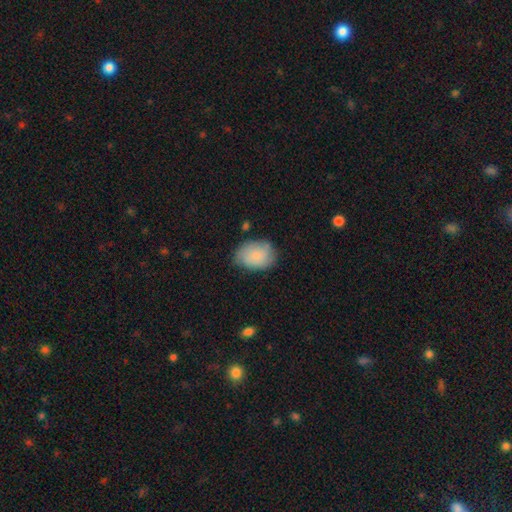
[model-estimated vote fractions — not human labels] Morphology: type=smooth (75%); roundness=in between (72%); merging=none (70%).